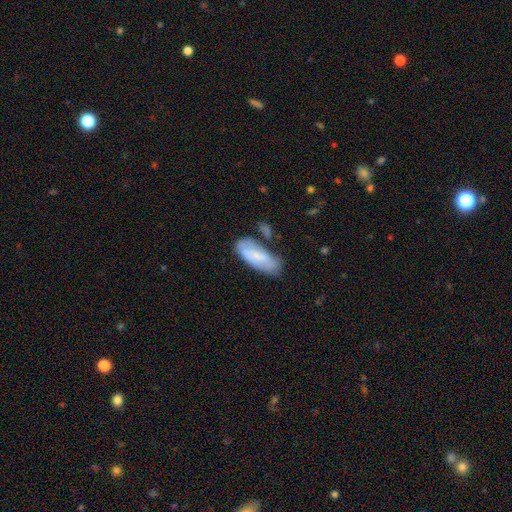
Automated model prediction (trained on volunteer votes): smooth 57%, featured or disk 36%, star or artifact 7%. Down the decision tree: how rounded — in between (78%); merging — none (55%).